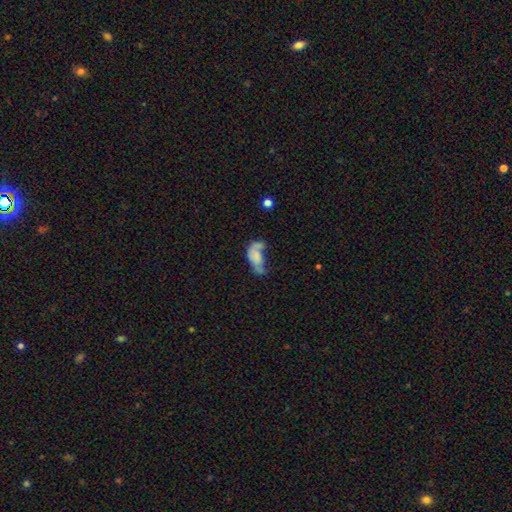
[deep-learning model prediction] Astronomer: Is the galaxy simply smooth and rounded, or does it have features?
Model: smooth — 56% (runner-up: featured or disk, 34%).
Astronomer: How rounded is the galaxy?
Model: in between — 90%.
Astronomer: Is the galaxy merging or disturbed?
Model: major disturbance — 37% (runner-up: merger, 25%).